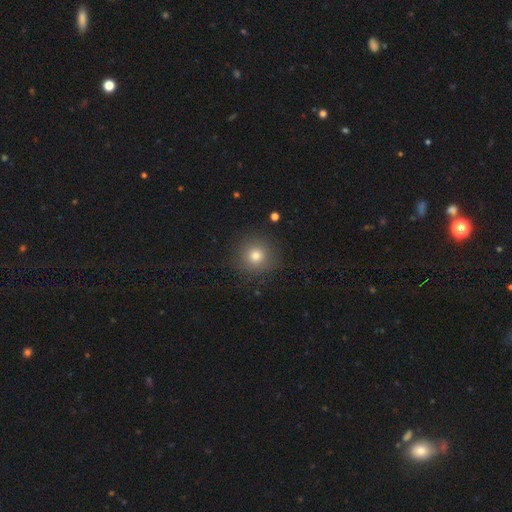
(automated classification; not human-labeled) A smooth galaxy with no disk features (77%) that is round (93%). Merging: none (89%).